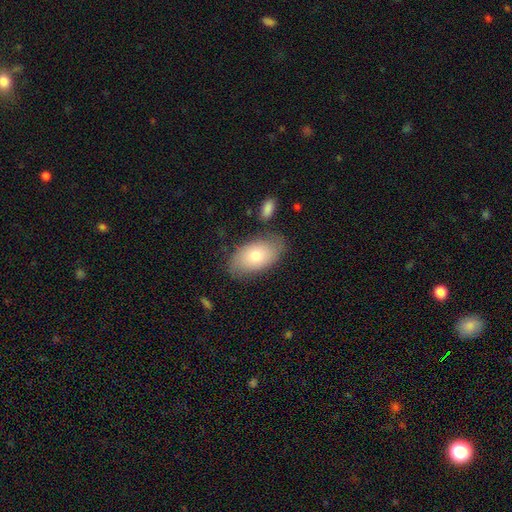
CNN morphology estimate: Smooth or featured? smooth (71%)
How rounded? in between (93%)
Merging? none (77%)